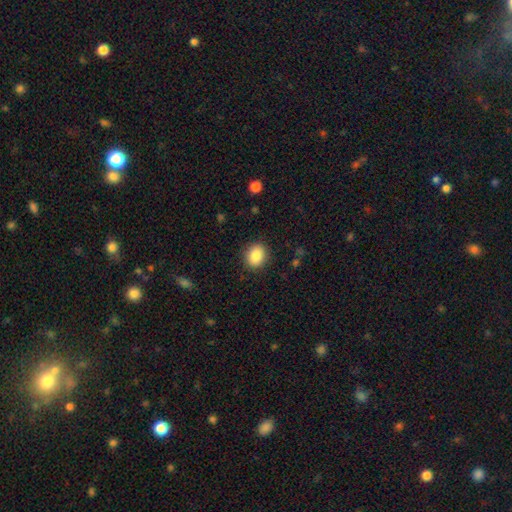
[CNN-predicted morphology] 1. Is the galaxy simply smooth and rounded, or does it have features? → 87% smooth, 8% star or artifact, 5% featured or disk.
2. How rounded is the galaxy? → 58% round, 41% in between, 1% cigar-shaped.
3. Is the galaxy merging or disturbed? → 89% none, 8% minor disturbance, 3% major disturbance, 1% merger.